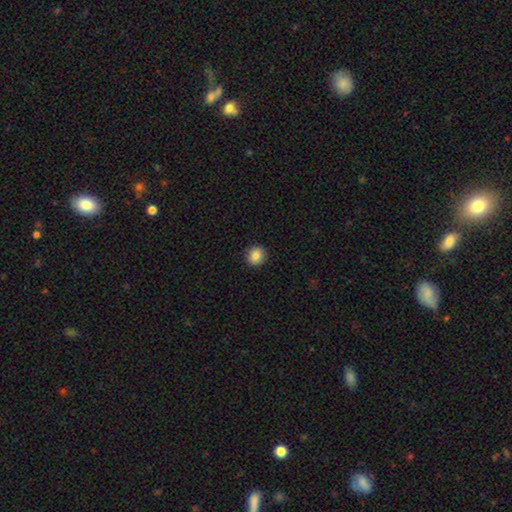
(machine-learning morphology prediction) smooth_or_featured: smooth (p=0.85) [alt: star or artifact p=0.09]
how_rounded: round (p=0.86) [alt: in between p=0.13]
merging: none (p=0.92) [alt: minor disturbance p=0.06]